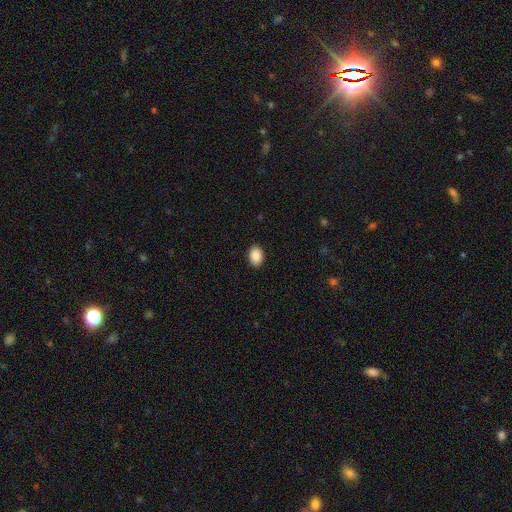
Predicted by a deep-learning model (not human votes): Smooth or featured: smooth — 90% (star or artifact — 7%)
How rounded: in between — 83% (round — 16%)
Merging: none — 90% (minor disturbance — 7%)